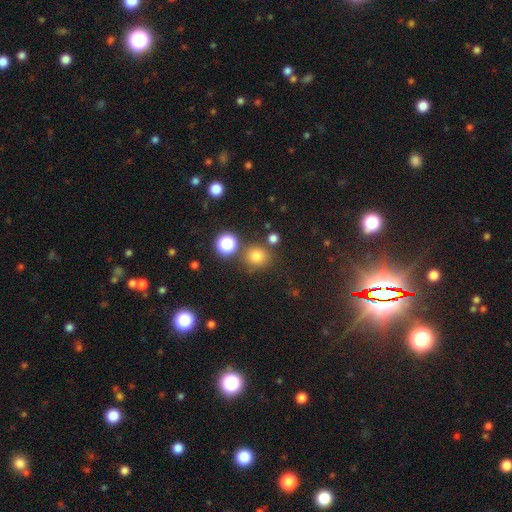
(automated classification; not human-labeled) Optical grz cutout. It shows a smooth galaxy with no disk features (75%) that is round (88%). Merging: none (78%).